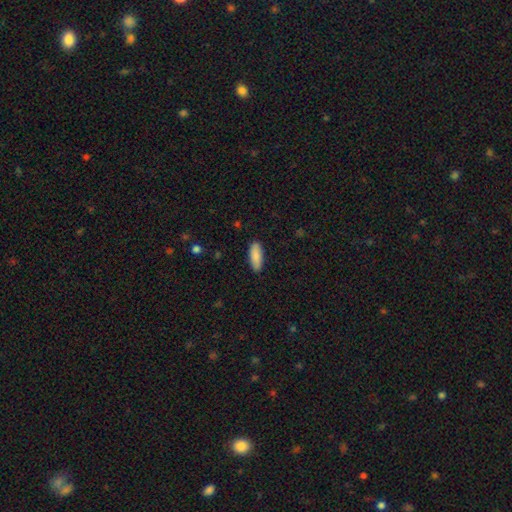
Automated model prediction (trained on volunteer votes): smooth-or-featured: smooth: 88% | star or artifact: 6% | featured or disk: 6%
  how-rounded: in between: 68% | cigar-shaped: 30% | round: 2%
  merging: none: 88% | minor disturbance: 9% | major disturbance: 2% | merger: 1%